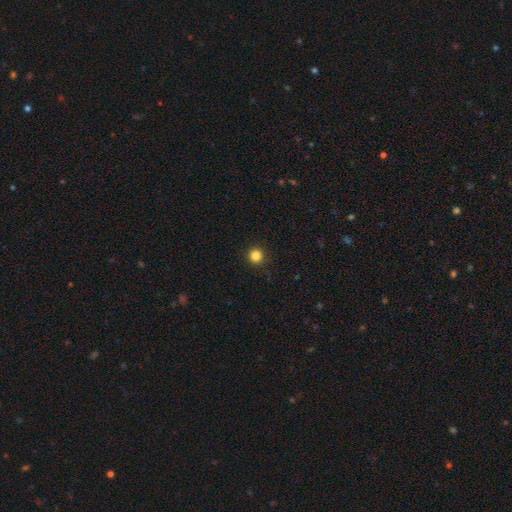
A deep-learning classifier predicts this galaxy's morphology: type=smooth (84%); roundness=round (96%); merging=none (92%).